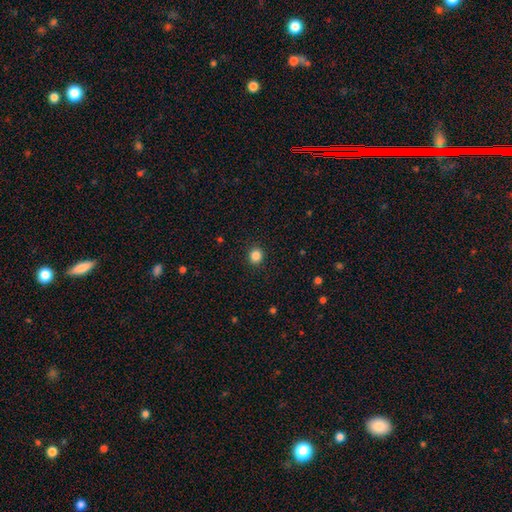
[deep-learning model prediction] Q: Smooth or featured?
A: smooth (85%); runner-up: star or artifact (11%)
Q: How rounded?
A: round (85%); runner-up: in between (14%)
Q: Merging?
A: none (92%); runner-up: minor disturbance (5%)